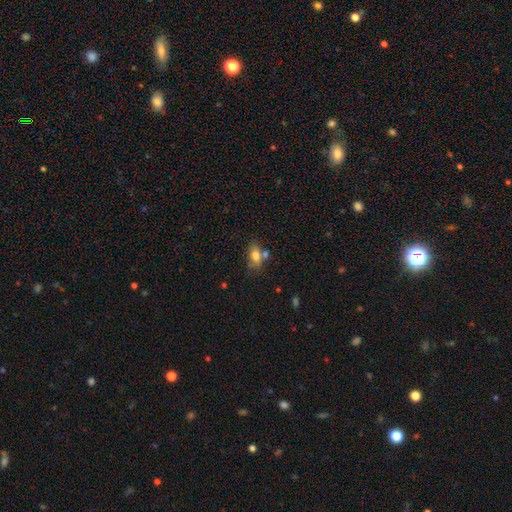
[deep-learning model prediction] Q: Smooth or featured?
A: smooth (75%); runner-up: featured or disk (15%)
Q: How rounded?
A: in between (82%); runner-up: round (13%)
Q: Merging?
A: none (56%); runner-up: merger (22%)